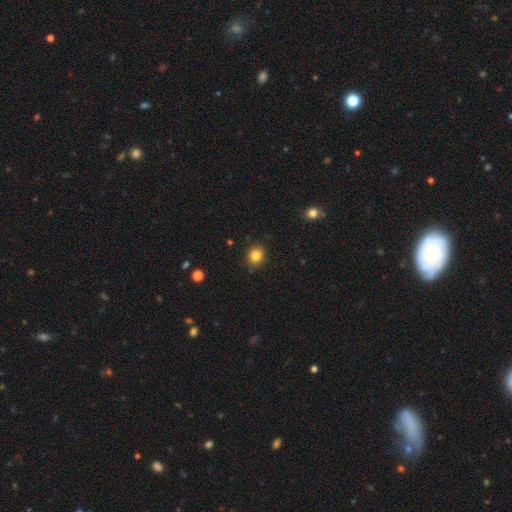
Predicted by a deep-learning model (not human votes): Smooth or featured? smooth (84%)
How rounded? round (74%)
Merging? none (88%)